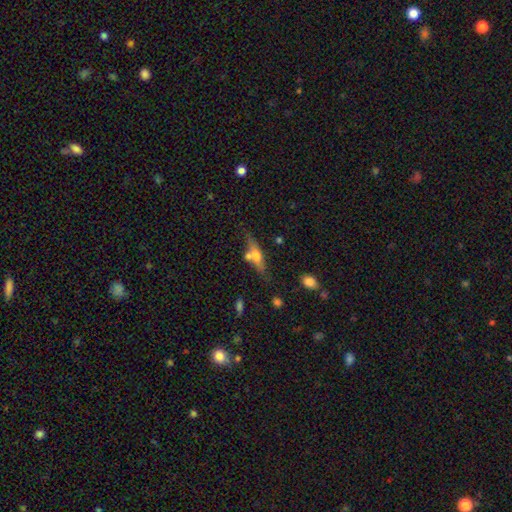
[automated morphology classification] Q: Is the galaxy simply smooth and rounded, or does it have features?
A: featured or disk — 46%, tied with smooth.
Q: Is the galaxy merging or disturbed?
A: none — 55%.